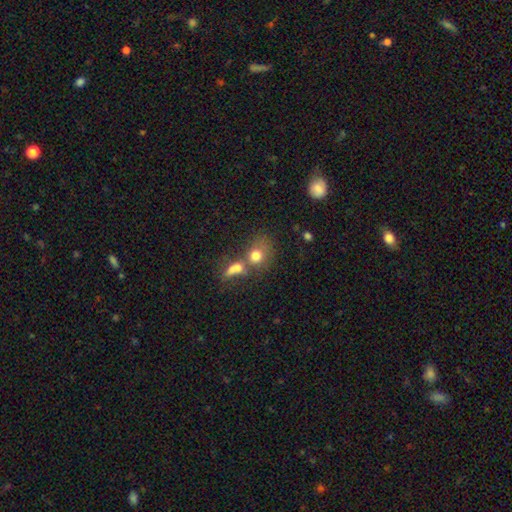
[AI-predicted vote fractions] smooth 74%, featured or disk 15%, star or artifact 12%. Down the decision tree: how rounded — round (61%); merging — merger (52%).